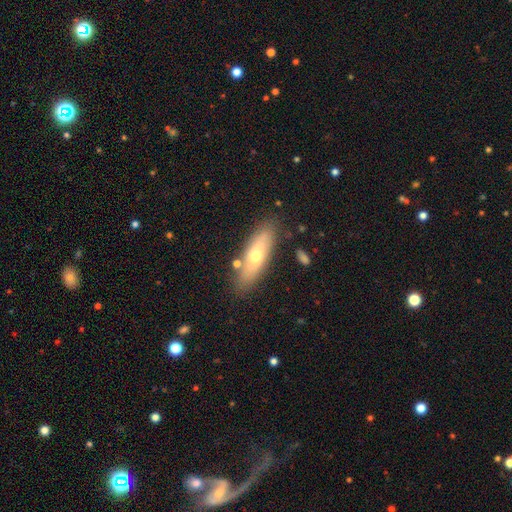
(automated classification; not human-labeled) smooth_or_featured: smooth (p=0.56) [alt: featured or disk p=0.37]
how_rounded: in between (p=0.54) [alt: cigar-shaped p=0.44]
merging: none (p=0.81) [alt: minor disturbance p=0.12]